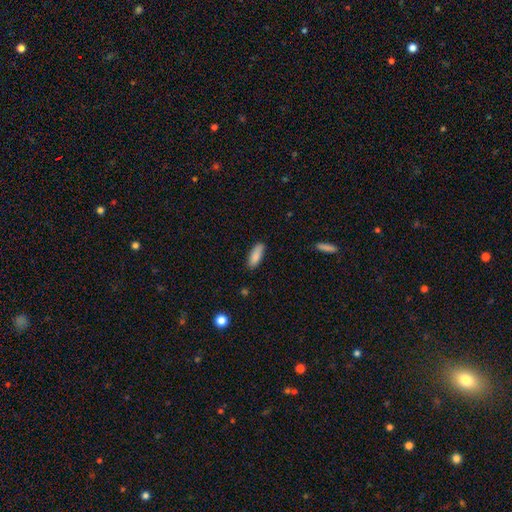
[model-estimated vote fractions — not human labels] Smooth or featured: smooth — 86% (featured or disk — 7%)
How rounded: in between — 66% (cigar-shaped — 33%)
Merging: none — 83% (minor disturbance — 14%)